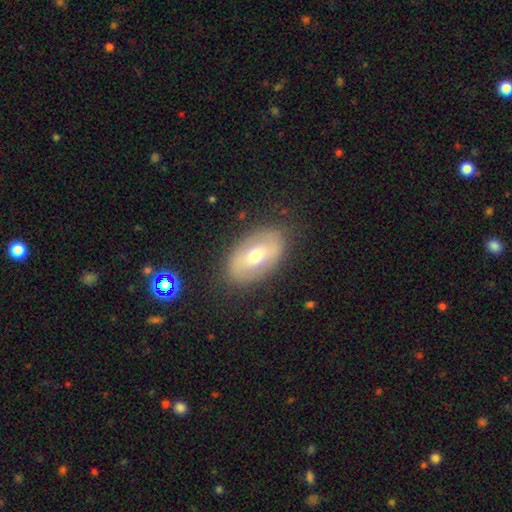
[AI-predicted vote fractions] Q: Smooth or featured?
A: featured or disk (46%); runner-up: smooth (45%)
Q: Merging?
A: none (84%); runner-up: minor disturbance (11%)